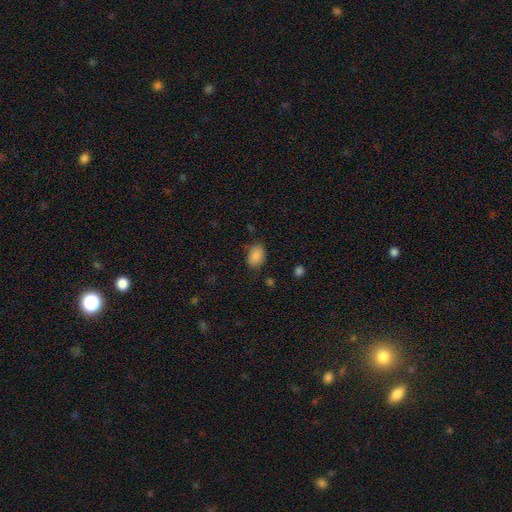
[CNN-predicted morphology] Smooth or featured?
  - smooth: 87% *
  - star or artifact: 8%
  - featured or disk: 5%
How rounded?
  - in between: 75% *
  - round: 24%
  - cigar-shaped: 1%
Merging?
  - none: 72% *
  - minor disturbance: 21%
  - major disturbance: 5%
  - merger: 2%